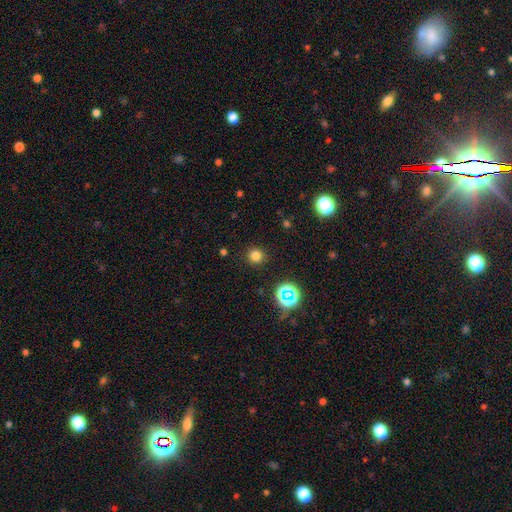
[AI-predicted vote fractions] smooth-or-featured: smooth: 77% | star or artifact: 19% | featured or disk: 5%
  how-rounded: round: 94% | in between: 5% | cigar-shaped: 1%
  merging: none: 90% | minor disturbance: 6% | major disturbance: 2% | merger: 1%